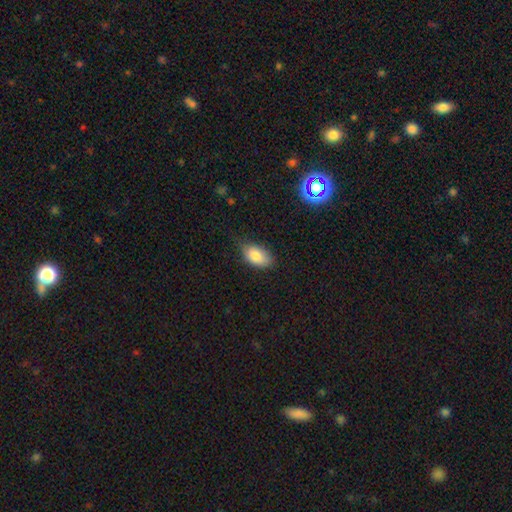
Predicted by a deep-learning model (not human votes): Smooth or featured: smooth — 83% (featured or disk — 9%)
How rounded: in between — 92% (round — 6%)
Merging: none — 65% (minor disturbance — 29%)